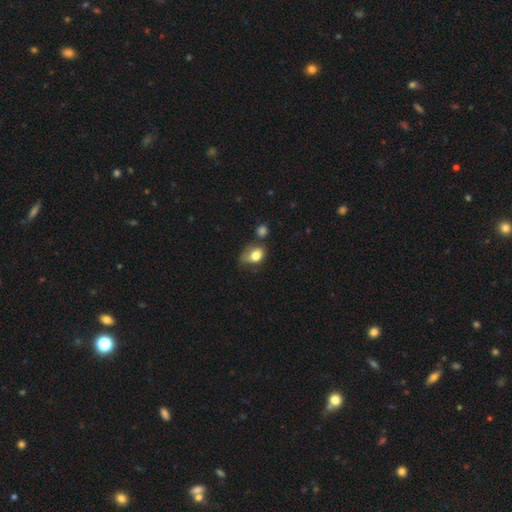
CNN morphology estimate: The model was most divided on "merging": minor disturbance: 36%, none: 33%, major disturbance: 17%, merger: 14%. More confident: smooth or featured — smooth (79%); how rounded — in between (76%).